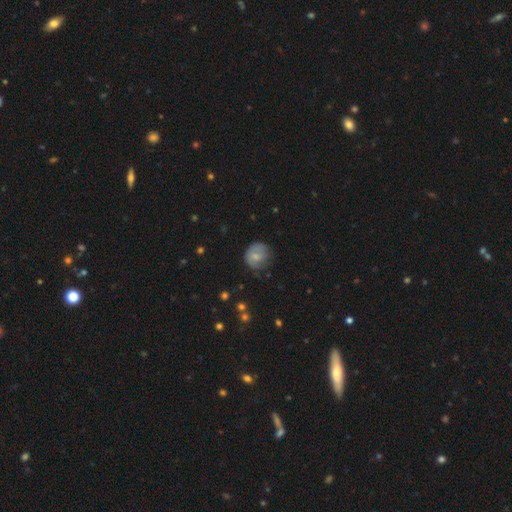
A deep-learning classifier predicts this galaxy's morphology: Smooth or featured? Predicted: smooth (p=0.71). How rounded? Predicted: round (p=0.81). Merging? Predicted: none (p=0.58).